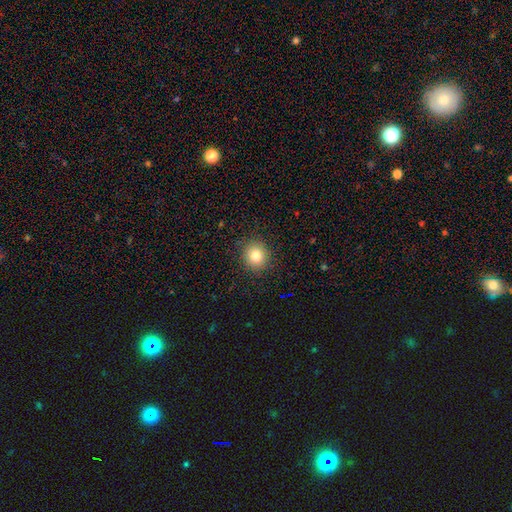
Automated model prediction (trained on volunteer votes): Smooth or featured? smooth (81%)
How rounded? round (86%)
Merging? none (90%)